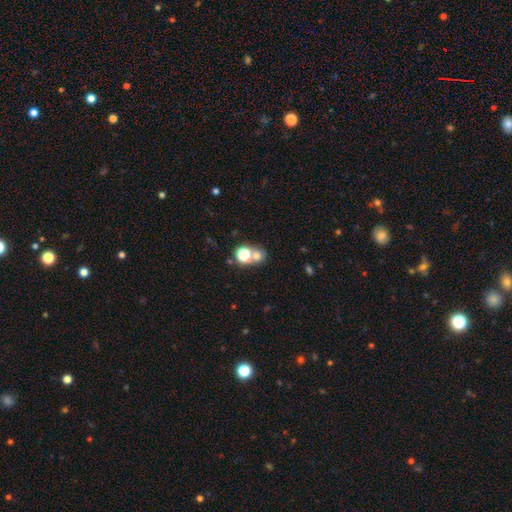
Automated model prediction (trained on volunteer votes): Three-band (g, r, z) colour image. It shows a smooth galaxy with no disk features (65%) that is round (72%). Merging: merger (45%).